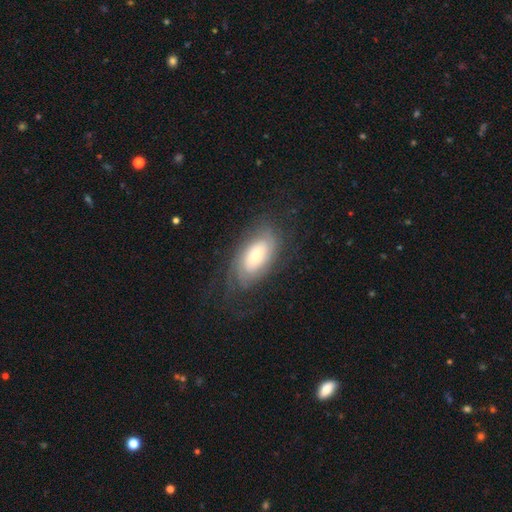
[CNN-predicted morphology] smooth-or-featured: featured or disk: 62% | smooth: 31% | star or artifact: 7%
  disk-edge-on: no: 92% | yes: 8%
    bar: no: 75% | weak: 19% | strong: 6%
    has-spiral-arms: yes: 85% | no: 15%
    bulge-size: moderate: 40% | small: 39% | large: 15% | dominant: 4% | none: 2%
  merging: none: 69% | minor disturbance: 17% | major disturbance: 13% | merger: 1%